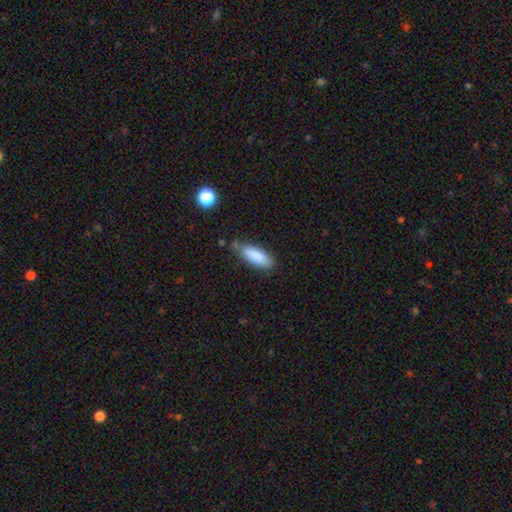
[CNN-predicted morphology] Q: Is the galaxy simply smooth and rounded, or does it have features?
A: smooth — 86%.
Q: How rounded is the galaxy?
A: in between — 60%.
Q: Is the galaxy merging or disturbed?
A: none — 65%.